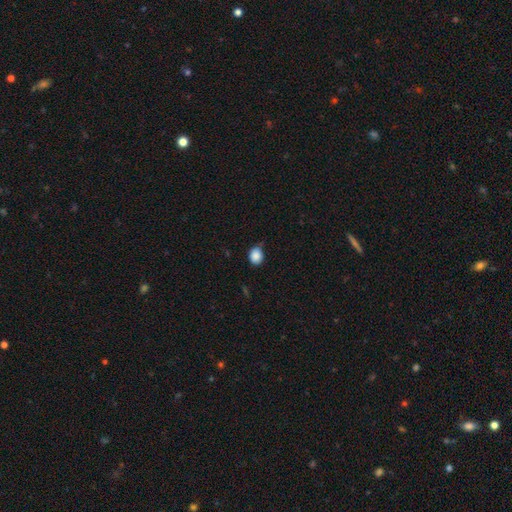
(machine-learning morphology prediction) This appears to be a smooth galaxy with no disk features (88%) that is round (55%). Merging: none (69%).